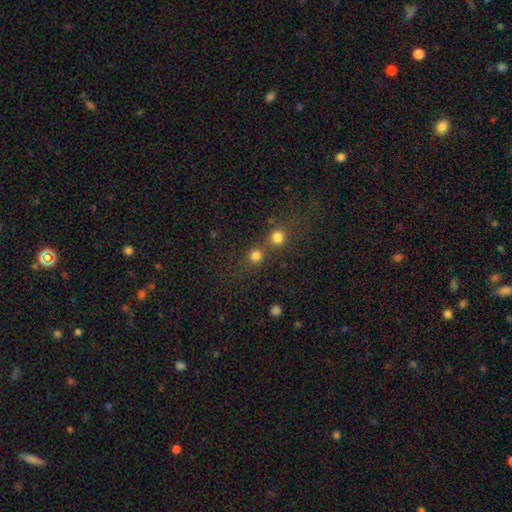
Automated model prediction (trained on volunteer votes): Smooth or featured? smooth (79%)
How rounded? round (91%)
Merging? none (56%)